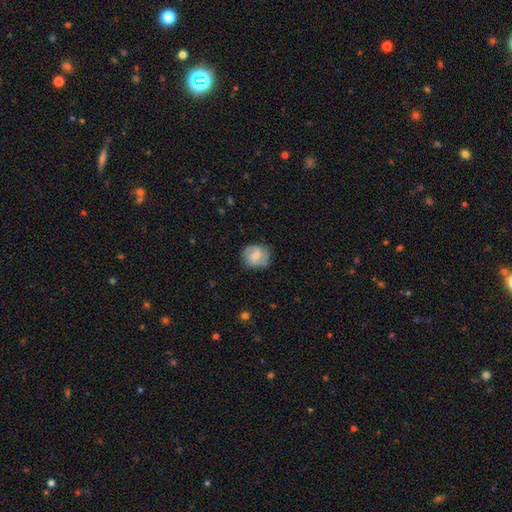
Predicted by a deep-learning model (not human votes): This appears to be a smooth galaxy with no disk features (51%) that is round (75%). Merging: none (77%).